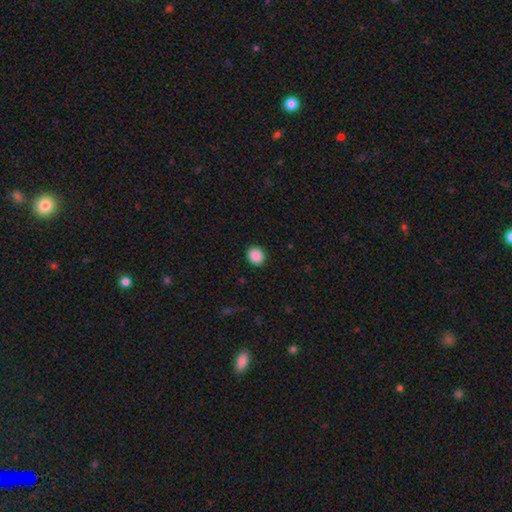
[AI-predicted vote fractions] Smooth or featured? smooth (89%)
How rounded? round (72%)
Merging? none (91%)